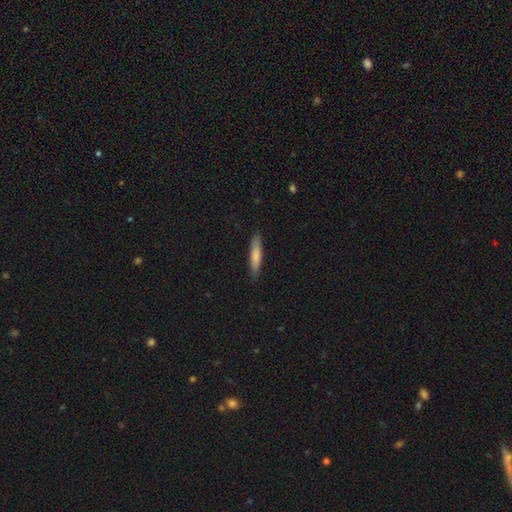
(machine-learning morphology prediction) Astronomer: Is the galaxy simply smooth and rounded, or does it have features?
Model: smooth — 77%.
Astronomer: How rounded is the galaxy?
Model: cigar-shaped — 84%.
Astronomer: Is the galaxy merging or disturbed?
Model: none — 86%.